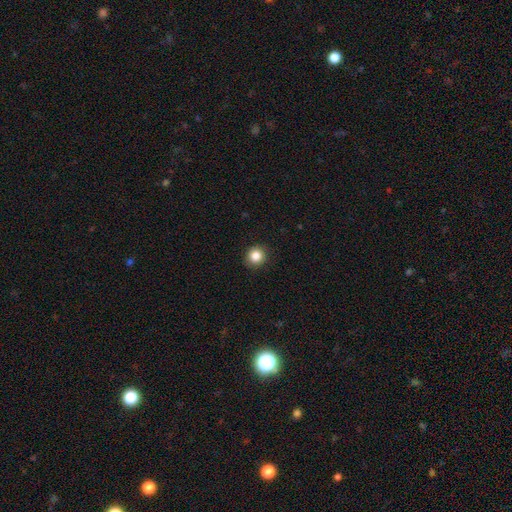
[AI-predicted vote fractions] Smooth or featured? smooth (85%)
How rounded? round (89%)
Merging? none (90%)